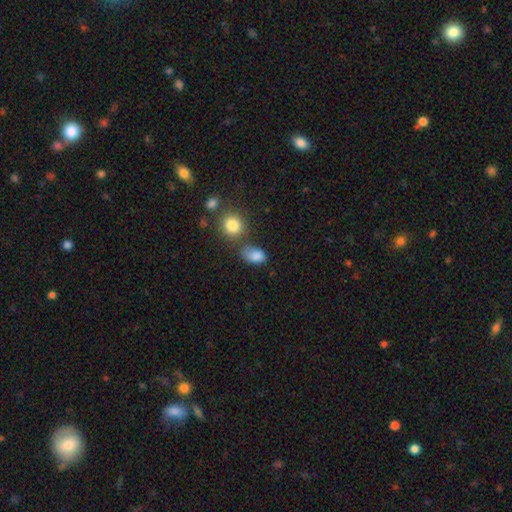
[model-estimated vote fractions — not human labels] smooth_or_featured: smooth (p=0.83) [alt: star or artifact p=0.11]
how_rounded: in between (p=0.80) [alt: round p=0.18]
merging: none (p=0.50) [alt: minor disturbance p=0.23]